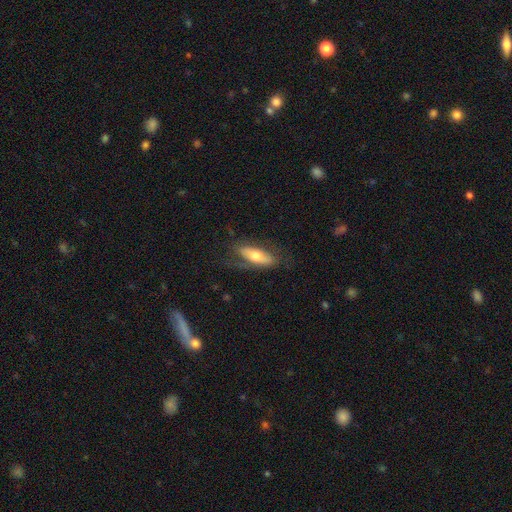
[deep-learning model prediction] Q: Smooth or featured?
A: smooth (55%); runner-up: featured or disk (39%)
Q: How rounded?
A: in between (62%); runner-up: cigar-shaped (35%)
Q: Merging?
A: none (66%); runner-up: minor disturbance (21%)